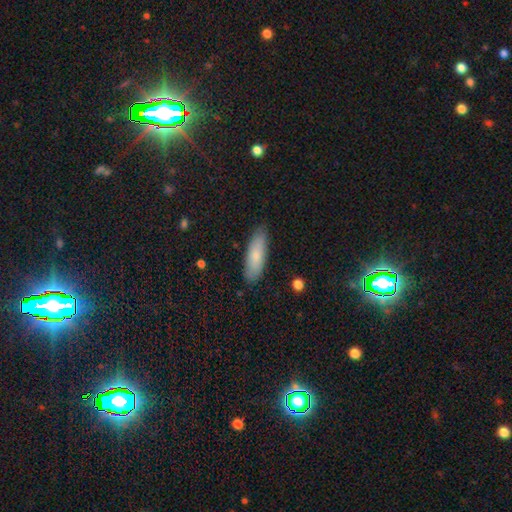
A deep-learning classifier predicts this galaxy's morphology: The model was most divided on "how rounded": in between: 54%, cigar-shaped: 44%, round: 2%. More confident: merging — none (85%); smooth or featured — smooth (80%).